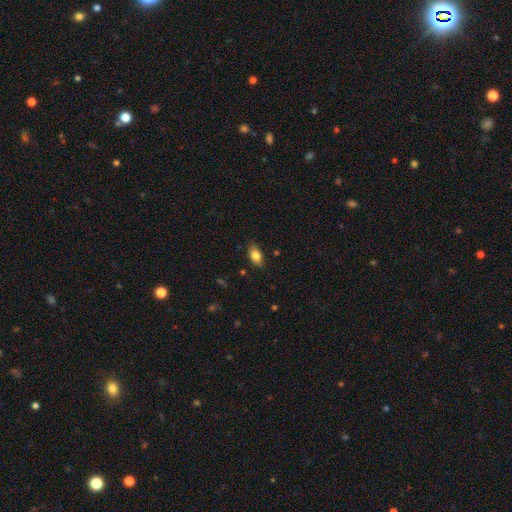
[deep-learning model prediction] This appears to be a smooth galaxy with no disk features (80%) that is in between round and cigar-shaped (88%). Merging: none (83%).